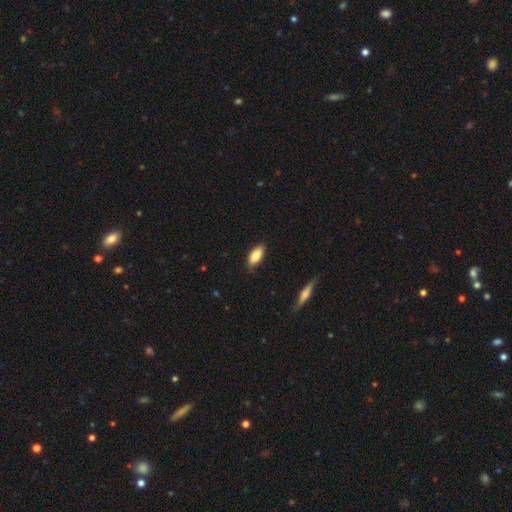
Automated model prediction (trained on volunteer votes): Q: Smooth or featured?
A: smooth (83%); runner-up: featured or disk (10%)
Q: How rounded?
A: in between (89%); runner-up: cigar-shaped (9%)
Q: Merging?
A: none (81%); runner-up: minor disturbance (16%)